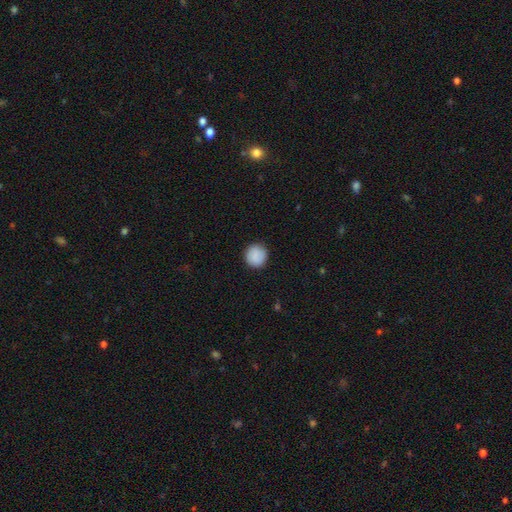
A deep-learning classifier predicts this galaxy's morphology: This is clearly a smooth galaxy (88%). How rounded: clearly round (93%). Merging: clearly none (89%).